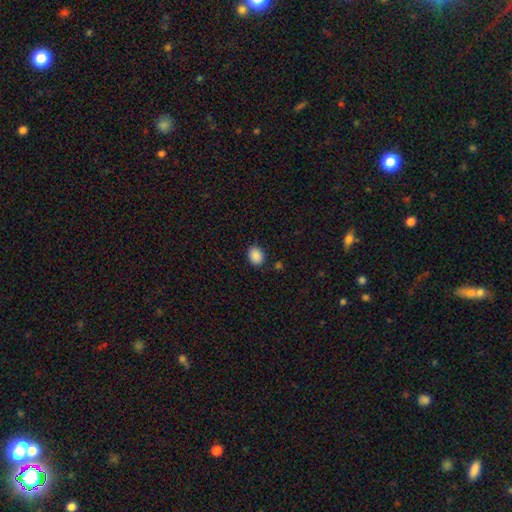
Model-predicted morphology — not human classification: Smooth or featured?
  - smooth: 89% *
  - star or artifact: 9%
  - featured or disk: 3%
How rounded?
  - in between: 57% *
  - round: 42%
  - cigar-shaped: 1%
Merging?
  - none: 86% *
  - minor disturbance: 10%
  - major disturbance: 3%
  - merger: 2%